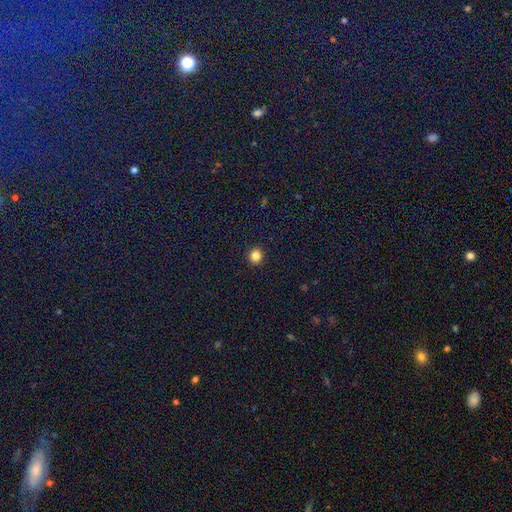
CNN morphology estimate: A smooth galaxy with no disk features (83%) that is round (89%). Merging: none (93%).